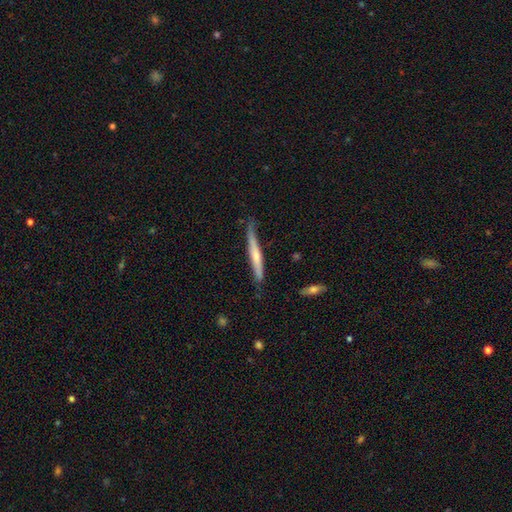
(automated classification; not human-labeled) smooth_or_featured: featured or disk (p=0.48) [alt: smooth p=0.47]
merging: none (p=0.69) [alt: minor disturbance p=0.24]